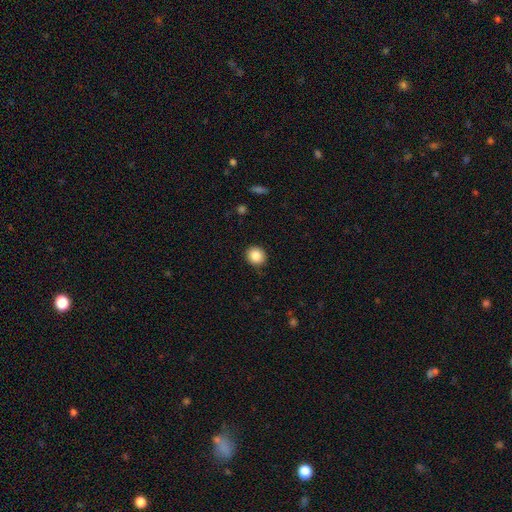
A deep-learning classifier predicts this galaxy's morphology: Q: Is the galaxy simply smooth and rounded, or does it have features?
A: smooth — 86%.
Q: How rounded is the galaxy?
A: round — 86%.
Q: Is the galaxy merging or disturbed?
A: none — 89%.